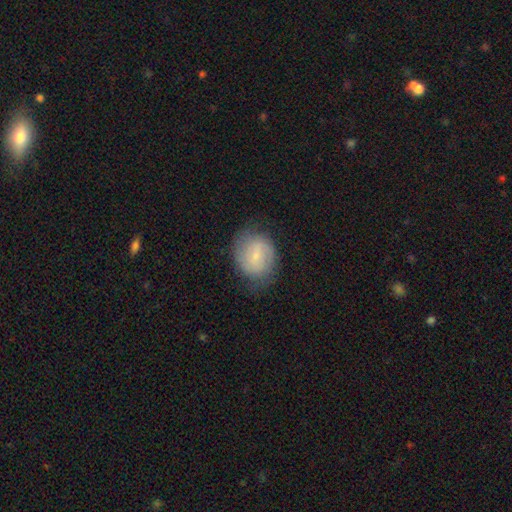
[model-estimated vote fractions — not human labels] Smooth or featured?
  - smooth: 49% *
  - featured or disk: 44%
  - star or artifact: 8%
Merging?
  - none: 71% *
  - minor disturbance: 20%
  - major disturbance: 8%
  - merger: 1%